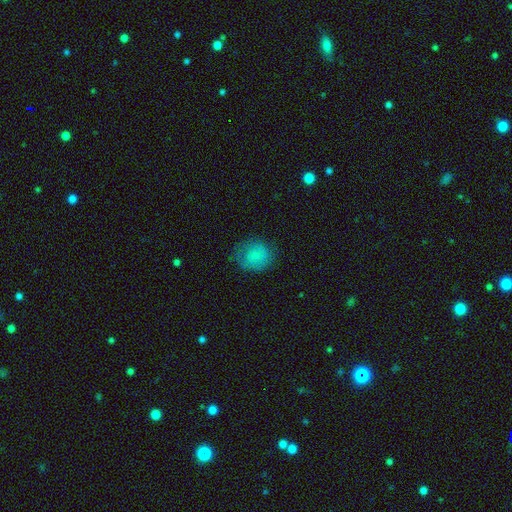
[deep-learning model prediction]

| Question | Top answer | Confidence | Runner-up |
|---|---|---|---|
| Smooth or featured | smooth | 76% | featured or disk (15%) |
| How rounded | round | 77% | in between (22%) |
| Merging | none | 68% | minor disturbance (22%) |